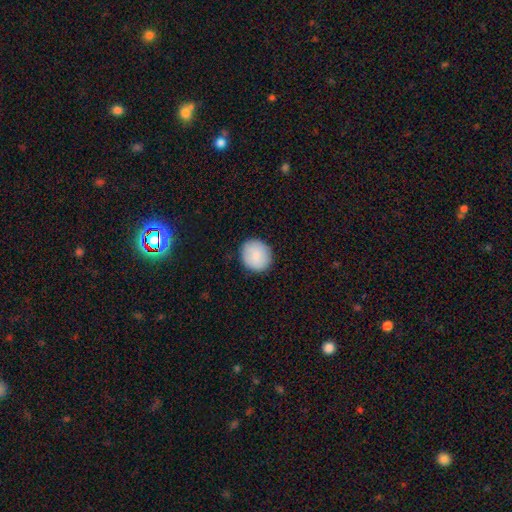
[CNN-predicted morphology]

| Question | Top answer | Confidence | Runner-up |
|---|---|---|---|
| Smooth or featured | smooth | 87% | star or artifact (7%) |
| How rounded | round | 84% | in between (15%) |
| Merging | none | 88% | minor disturbance (9%) |